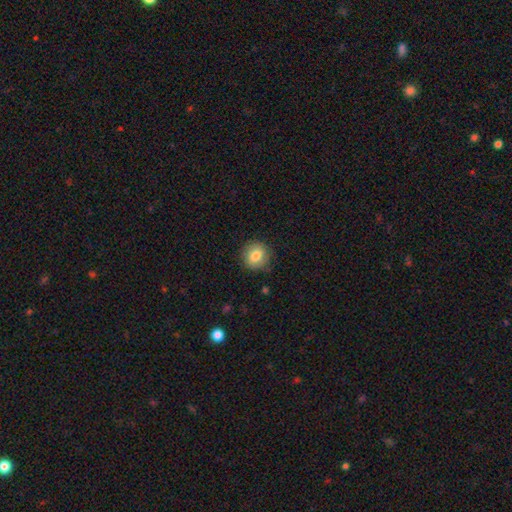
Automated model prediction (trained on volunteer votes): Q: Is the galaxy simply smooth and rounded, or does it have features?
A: smooth — 81%.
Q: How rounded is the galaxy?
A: round — 82%.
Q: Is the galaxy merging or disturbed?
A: none — 87%.